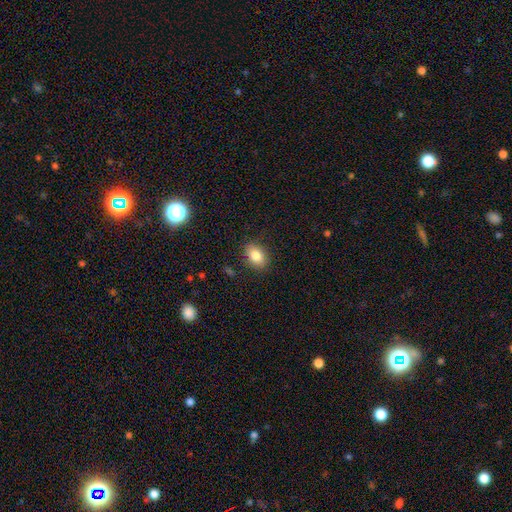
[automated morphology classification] smooth 82%, star or artifact 9%, featured or disk 9%. Down the decision tree: how rounded — in between (78%); merging — none (86%).